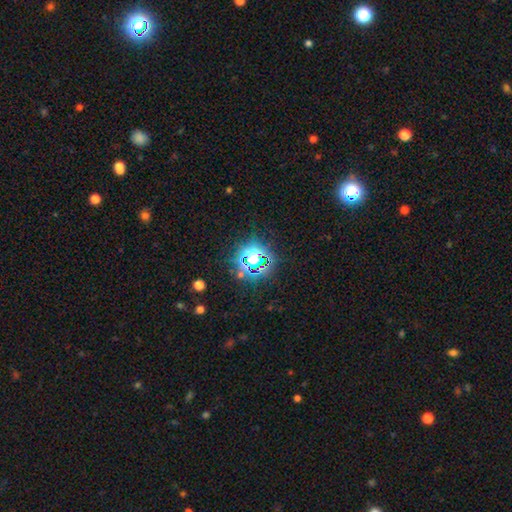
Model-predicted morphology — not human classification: Smooth or featured?
  - star or artifact: 75% *
  - smooth: 16%
  - featured or disk: 8%